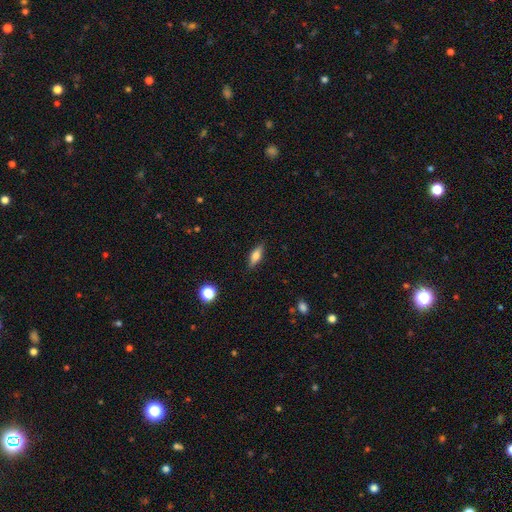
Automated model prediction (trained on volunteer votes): Smooth or featured?
  - smooth: 62% *
  - featured or disk: 30%
  - star or artifact: 8%
How rounded?
  - in between: 59% *
  - cigar-shaped: 37%
  - round: 4%
Merging?
  - none: 87% *
  - minor disturbance: 10%
  - major disturbance: 2%
  - merger: 1%